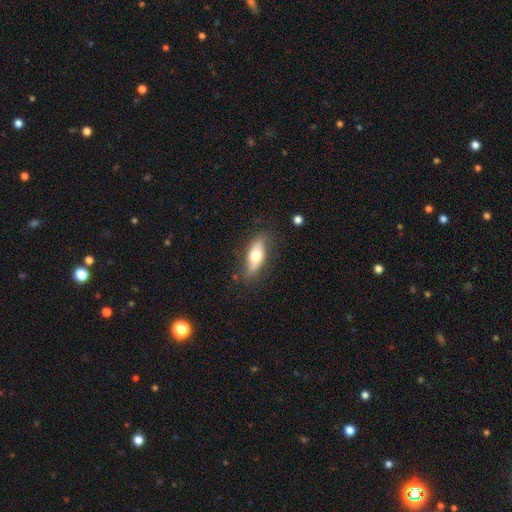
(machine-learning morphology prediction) smooth 65%, featured or disk 28%, star or artifact 6%. Down the decision tree: how rounded — in between (76%); merging — none (78%).